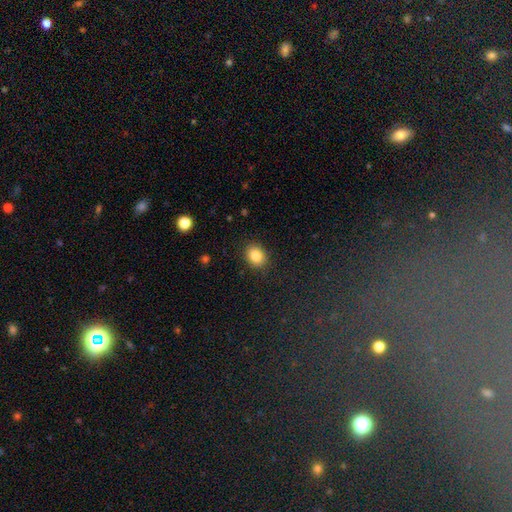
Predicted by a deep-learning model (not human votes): Smooth or featured? Predicted: smooth (p=0.85). How rounded? Predicted: round (p=0.50). Merging? Predicted: none (p=0.88).